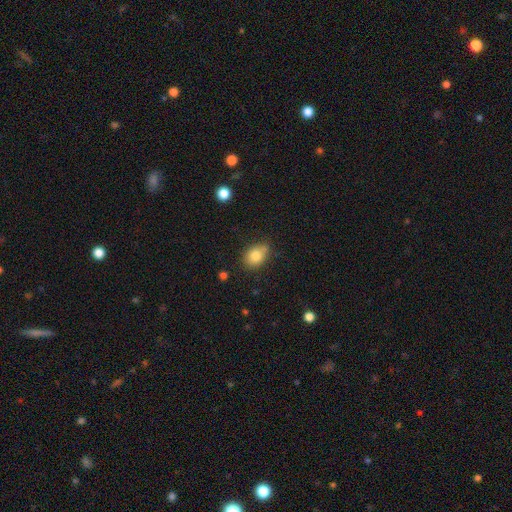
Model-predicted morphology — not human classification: Smooth or featured?
  - smooth: 82% *
  - star or artifact: 9%
  - featured or disk: 9%
How rounded?
  - in between: 65% *
  - round: 34%
  - cigar-shaped: 1%
Merging?
  - none: 64% *
  - minor disturbance: 25%
  - merger: 6%
  - major disturbance: 5%